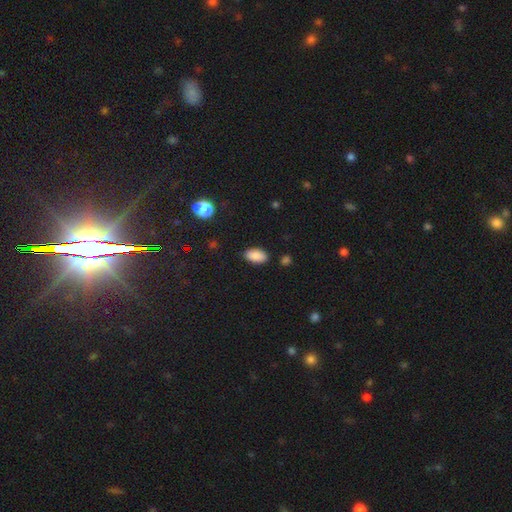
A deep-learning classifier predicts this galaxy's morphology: smooth_or_featured: smooth (p=0.88) [alt: star or artifact p=0.08]
how_rounded: in between (p=0.94) [alt: round p=0.04]
merging: none (p=0.86) [alt: minor disturbance p=0.10]